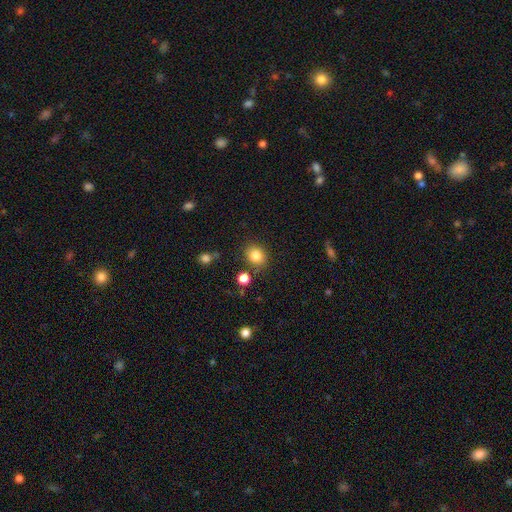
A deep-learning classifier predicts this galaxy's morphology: Smooth or featured? Predicted: smooth (p=0.83). How rounded? Predicted: round (p=0.66). Merging? Predicted: none (p=0.81).